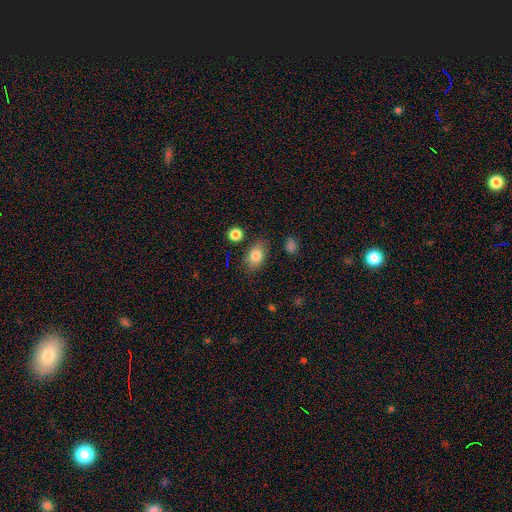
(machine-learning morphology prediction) type=smooth (82%); roundness=in between (79%); merging=none (79%).